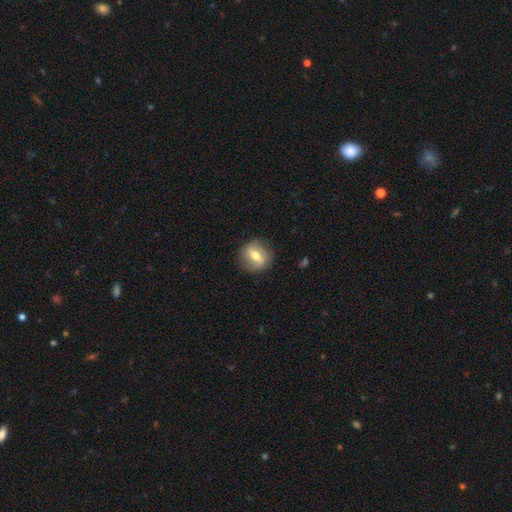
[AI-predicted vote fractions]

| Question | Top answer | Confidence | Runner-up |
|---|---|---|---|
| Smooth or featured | featured or disk | 48% | smooth (45%) |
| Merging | none | 84% | minor disturbance (11%) |